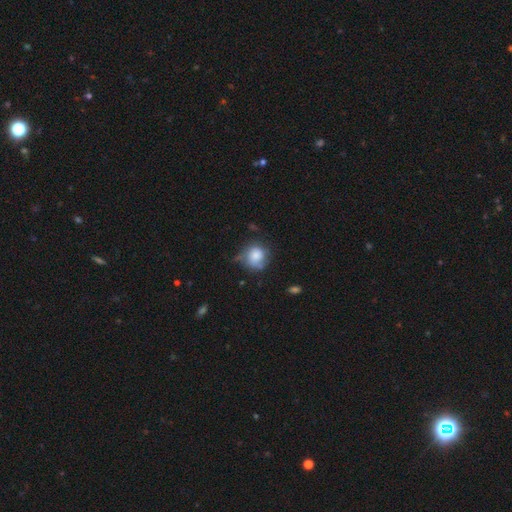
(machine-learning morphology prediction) smooth_or_featured: smooth (p=0.72) [alt: featured or disk p=0.20]
how_rounded: round (p=0.80) [alt: in between p=0.18]
merging: none (p=0.45) [alt: minor disturbance p=0.35]